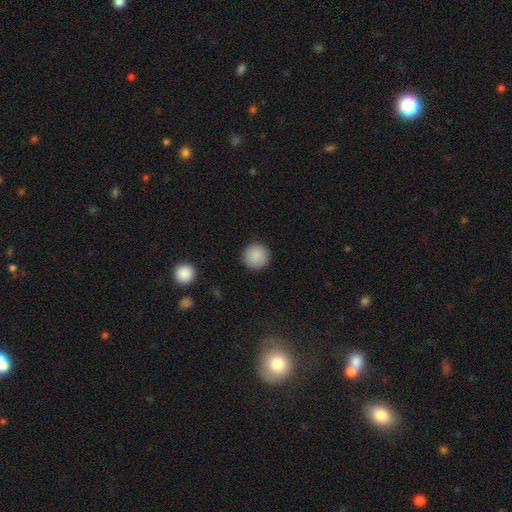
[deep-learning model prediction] Smooth or featured? smooth (89%)
How rounded? round (96%)
Merging? none (92%)